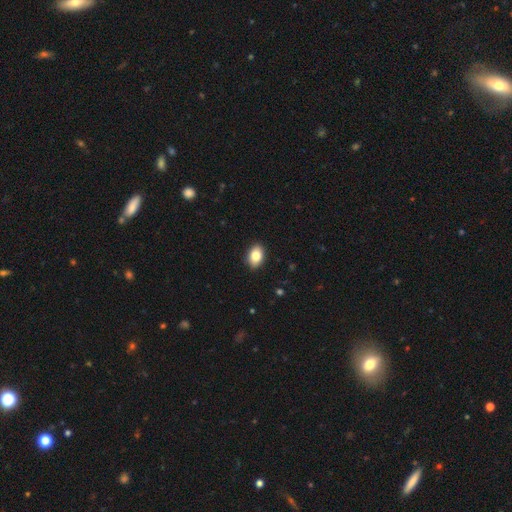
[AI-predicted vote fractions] Overall: smooth (84%). How rounded: in between (84%). Merging: none (89%).